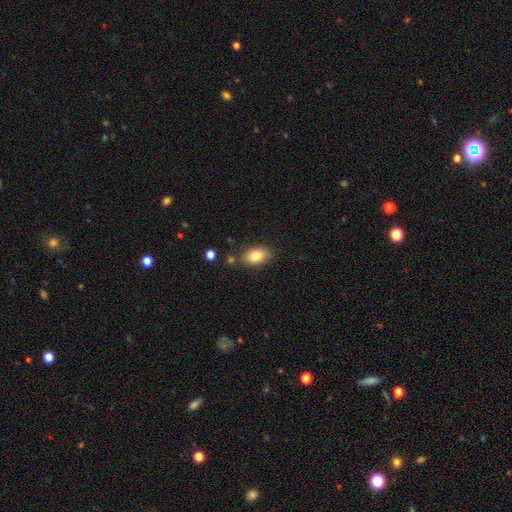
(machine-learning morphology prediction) Overall: smooth (83%). How rounded: in between (90%). Merging: none (82%).